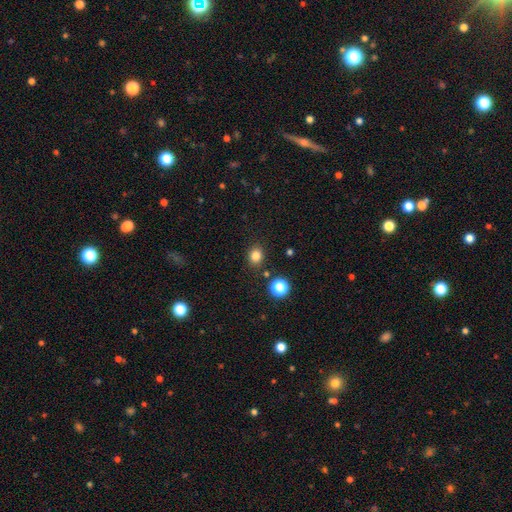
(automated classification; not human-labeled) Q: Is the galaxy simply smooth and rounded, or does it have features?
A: smooth — 81%.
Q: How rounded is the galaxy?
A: round — 74%.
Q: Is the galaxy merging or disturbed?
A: none — 86%.